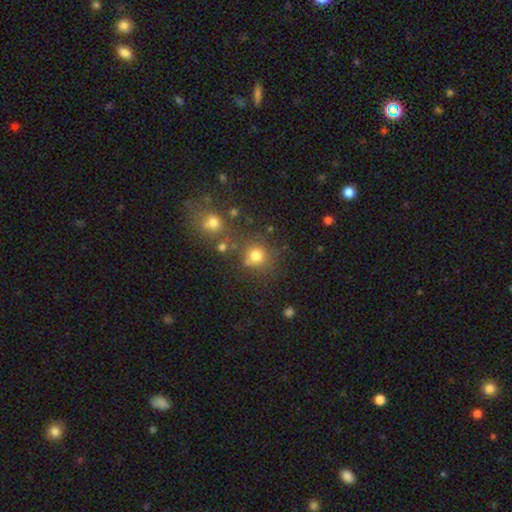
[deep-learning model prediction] Smooth or featured: smooth — 76% (star or artifact — 17%)
How rounded: round — 89% (in between — 10%)
Merging: none — 68% (merger — 15%)